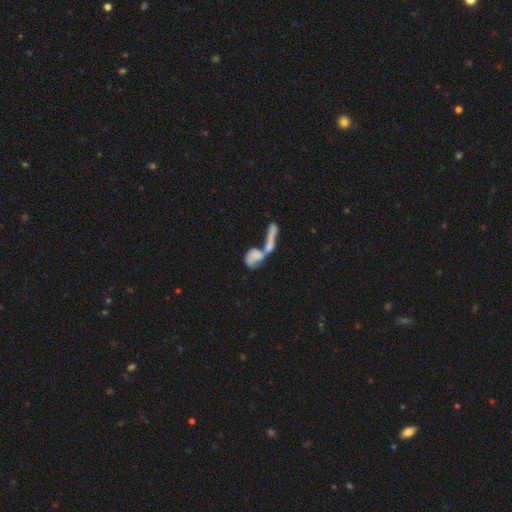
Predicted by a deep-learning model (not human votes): Smooth or featured? smooth (51%)
How rounded? in between (61%)
Merging? merger (73%)